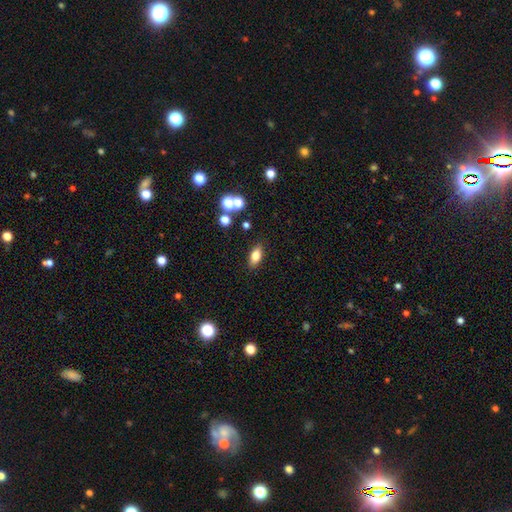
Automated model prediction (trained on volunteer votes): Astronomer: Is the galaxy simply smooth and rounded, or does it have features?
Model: smooth — 76%.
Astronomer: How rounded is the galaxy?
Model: in between — 83%.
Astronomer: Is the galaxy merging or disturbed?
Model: none — 86%.